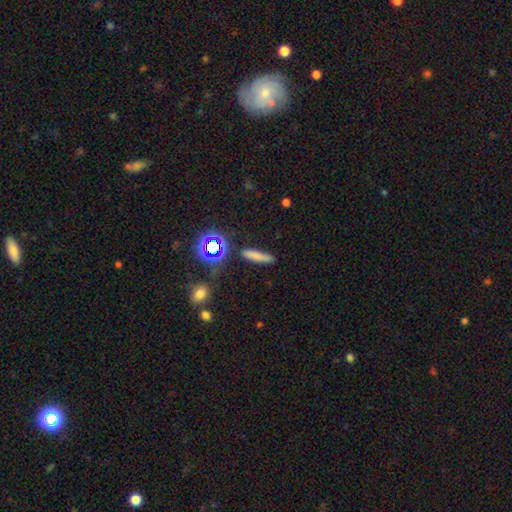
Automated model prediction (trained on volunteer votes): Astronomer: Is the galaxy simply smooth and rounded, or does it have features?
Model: smooth — 72%.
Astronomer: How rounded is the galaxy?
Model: cigar-shaped — 82%.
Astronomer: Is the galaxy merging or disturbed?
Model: none — 82%.